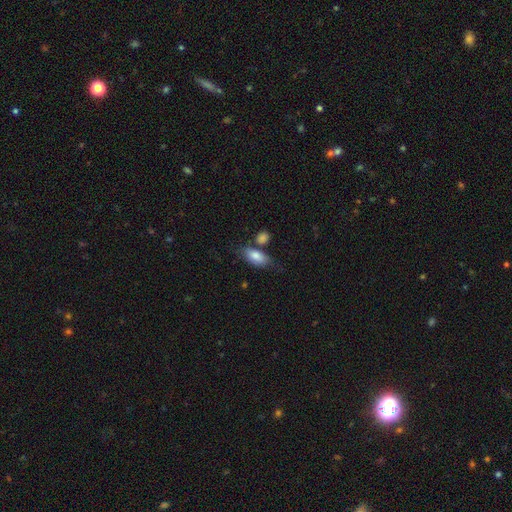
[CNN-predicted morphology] Smooth or featured? smooth (81%)
How rounded? in between (87%)
Merging? none (58%)